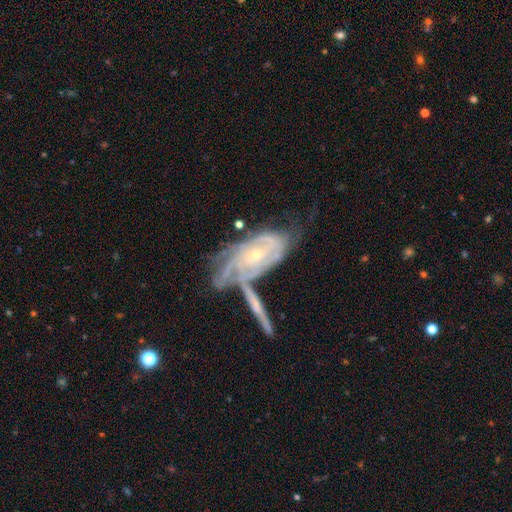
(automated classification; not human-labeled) Smooth or featured: featured or disk — 86% (smooth — 8%)
Edge-on disk: no — 91% (yes — 9%)
Bar: no — 66% (weak — 26%)
Spiral arms: yes — 95% (no — 5%)
Spiral winding: tight — 69% (medium — 25%)
Spiral arm count: can't tell — 40% (3 — 18%)
Bulge size: small — 67% (moderate — 30%)
Merging: none — 34% (merger — 30%)